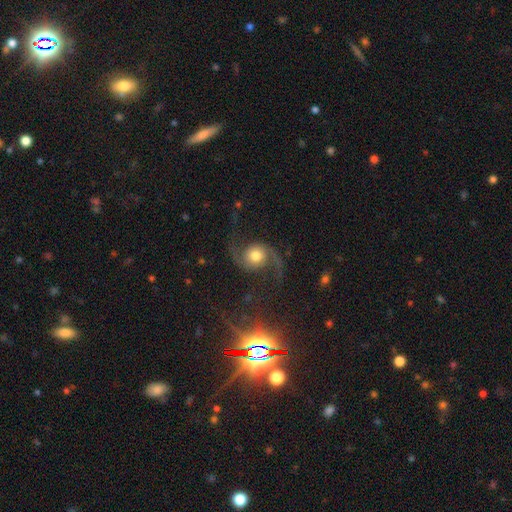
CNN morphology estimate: The model was most divided on "bulge size": moderate: 57%, large: 25%, small: 11%, dominant: 5%, none: 2%. More confident: edge-on disk — no (98%); spiral arms — yes (97%); spiral arm count — 2 (94%); smooth or featured — featured or disk (83%); merging — none (73%); bar — no (72%); spiral winding — loose (71%).